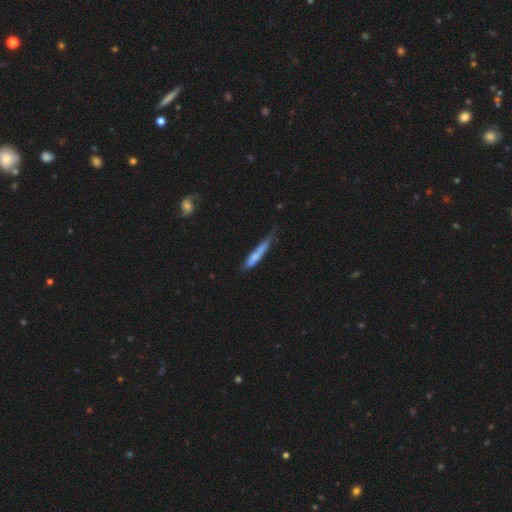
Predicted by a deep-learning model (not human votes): Smooth or featured? Predicted: smooth (p=0.63). How rounded? Predicted: cigar-shaped (p=0.90). Merging? Predicted: none (p=0.48).